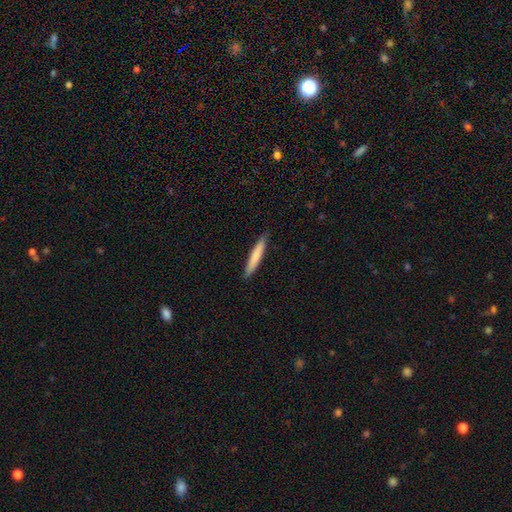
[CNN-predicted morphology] smooth-or-featured: smooth: 75% | featured or disk: 20% | star or artifact: 5%
  how-rounded: cigar-shaped: 93% | in between: 5% | round: 1%
  merging: none: 89% | minor disturbance: 8% | major disturbance: 1% | merger: 1%